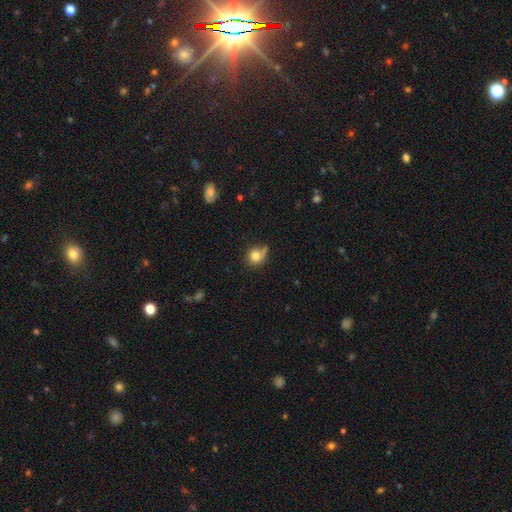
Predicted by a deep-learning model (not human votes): Smooth or featured? Predicted: smooth (p=0.77). How rounded? Predicted: round (p=0.81). Merging? Predicted: none (p=0.53).